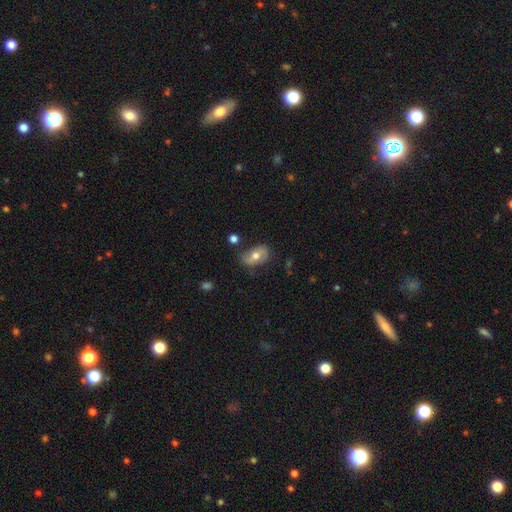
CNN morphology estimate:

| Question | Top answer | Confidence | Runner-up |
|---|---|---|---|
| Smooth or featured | smooth | 53% | featured or disk (39%) |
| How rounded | in between | 86% | round (12%) |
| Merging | none | 66% | minor disturbance (23%) |